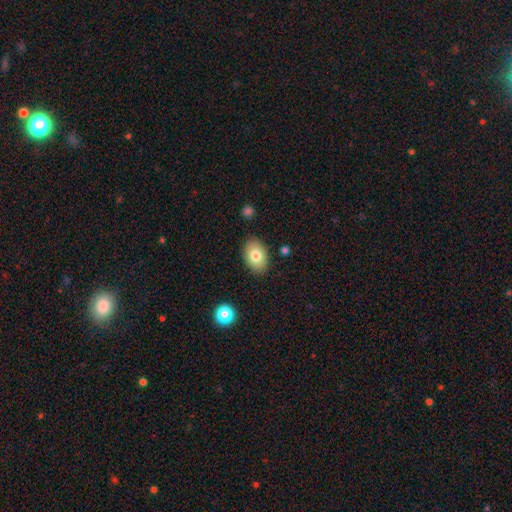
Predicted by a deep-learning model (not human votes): The model was most divided on "smooth or featured": smooth: 79%, featured or disk: 14%, star or artifact: 7%. More confident: merging — none (86%); how rounded — in between (84%).